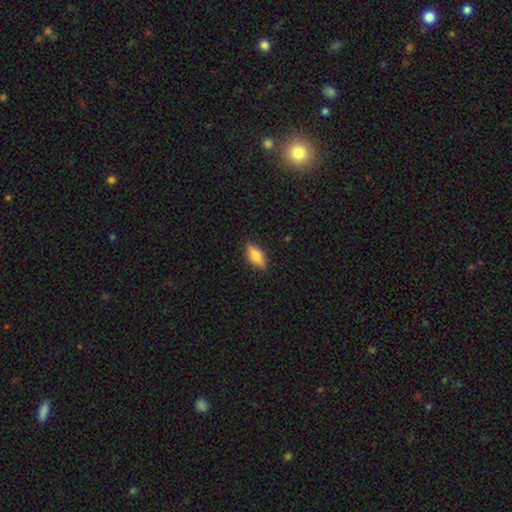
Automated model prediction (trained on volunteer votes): A smooth galaxy with no disk features (62%) that is in between round and cigar-shaped (65%). Merging: none (85%).